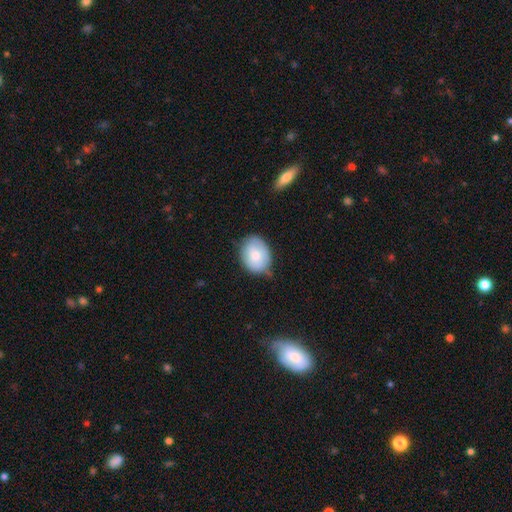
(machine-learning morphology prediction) The model was most divided on "how rounded": in between: 59%, round: 40%, cigar-shaped: 1%. More confident: smooth or featured — smooth (75%); merging — none (65%).